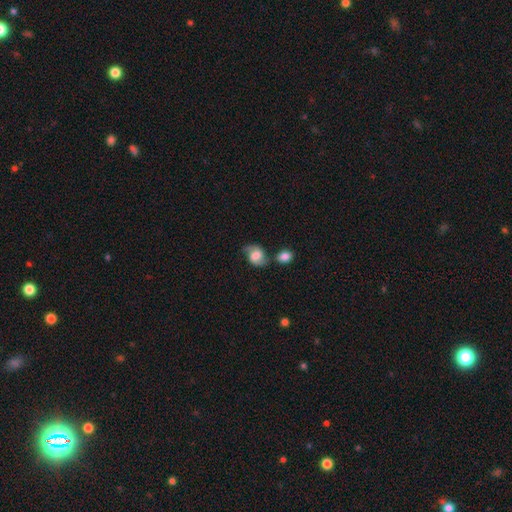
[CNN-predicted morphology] The model was most divided on "bulge size": moderate: 40%, large: 39%, small: 10%, none: 7%, dominant: 5%. Remaining: edge-on disk — no (97%); spiral arms — yes (89%); merging — none (57%); smooth or featured — featured or disk (57%); bar — no (45%).